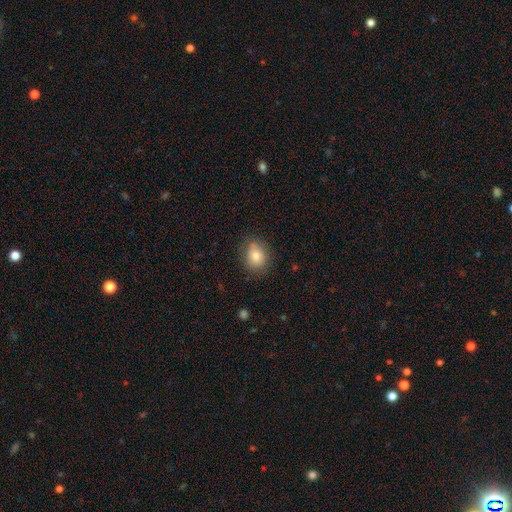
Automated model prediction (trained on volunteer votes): This is clearly a smooth galaxy (81%). How rounded: possibly in between (57%). Merging: likely none (78%).